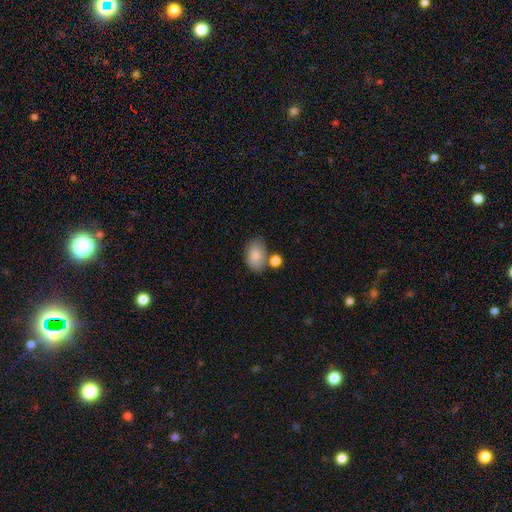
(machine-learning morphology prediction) Q: Smooth or featured?
A: smooth (83%); runner-up: featured or disk (9%)
Q: How rounded?
A: in between (85%); runner-up: round (14%)
Q: Merging?
A: none (61%); runner-up: minor disturbance (18%)